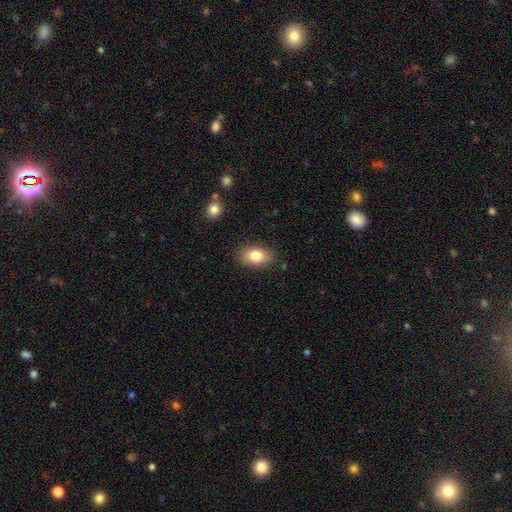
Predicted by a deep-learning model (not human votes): Q: Smooth or featured?
A: smooth (81%); runner-up: featured or disk (10%)
Q: How rounded?
A: in between (82%); runner-up: round (16%)
Q: Merging?
A: none (84%); runner-up: minor disturbance (12%)